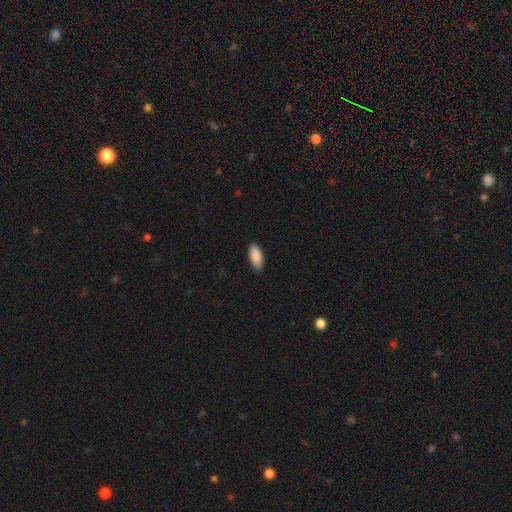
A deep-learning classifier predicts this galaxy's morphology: Smooth or featured: smooth — 90% (star or artifact — 6%)
How rounded: in between — 89% (cigar-shaped — 9%)
Merging: none — 87% (minor disturbance — 10%)